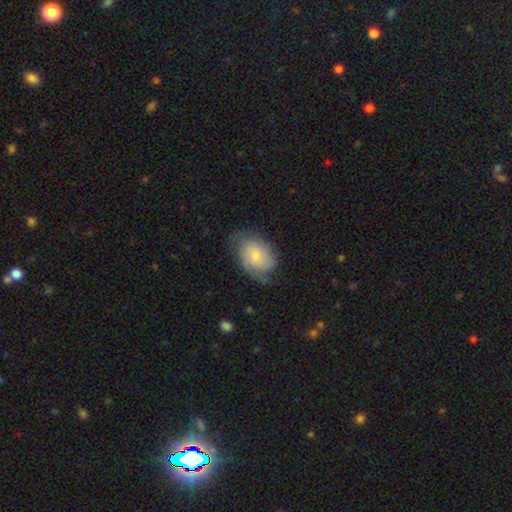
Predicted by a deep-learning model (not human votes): Smooth or featured? Predicted: featured or disk (p=0.54). Edge-on disk? Predicted: no (p=0.97). Bar? Predicted: no (p=0.63). Spiral arms? Predicted: yes (p=0.86). Bulge size? Predicted: small (p=0.58). Merging? Predicted: none (p=0.59).